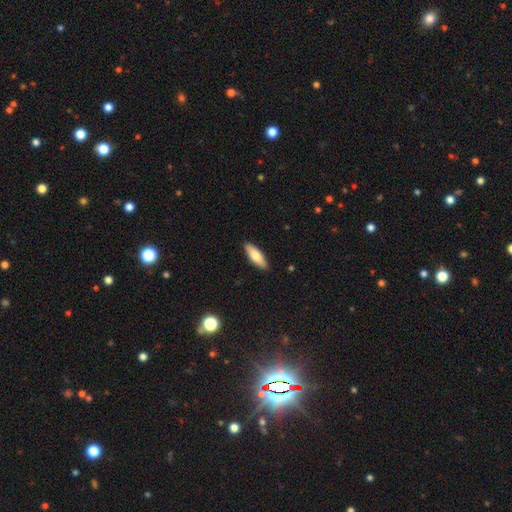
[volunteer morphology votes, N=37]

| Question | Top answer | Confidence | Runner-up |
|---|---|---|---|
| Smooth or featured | smooth | 65% | featured or disk (32%) |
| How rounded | in between | 62% | cigar-shaped (38%) |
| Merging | none | 92% | minor disturbance (6%) |